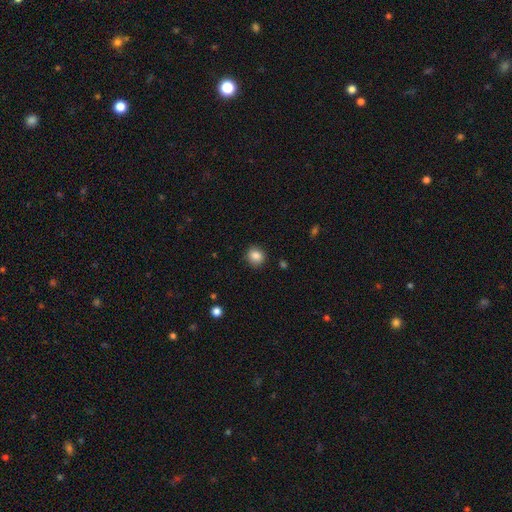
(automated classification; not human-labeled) Smooth or featured: smooth — 86% (star or artifact — 10%)
How rounded: round — 81% (in between — 18%)
Merging: none — 87% (minor disturbance — 9%)